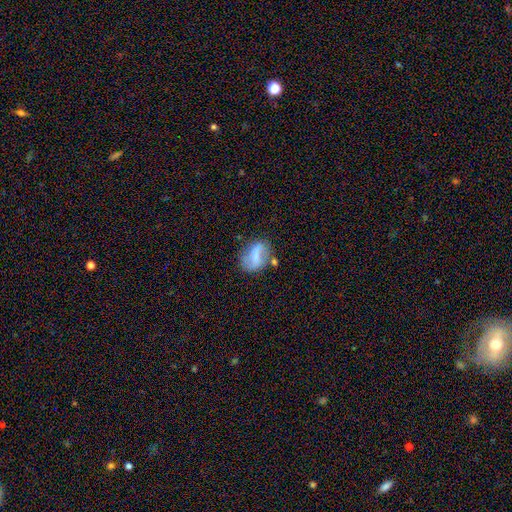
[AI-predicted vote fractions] Smooth or featured? featured or disk (54%)
Edge-on disk? no (96%)
Bar? strong (40%)
Spiral arms? yes (70%)
Bulge size? none (53%)
Merging? none (57%)